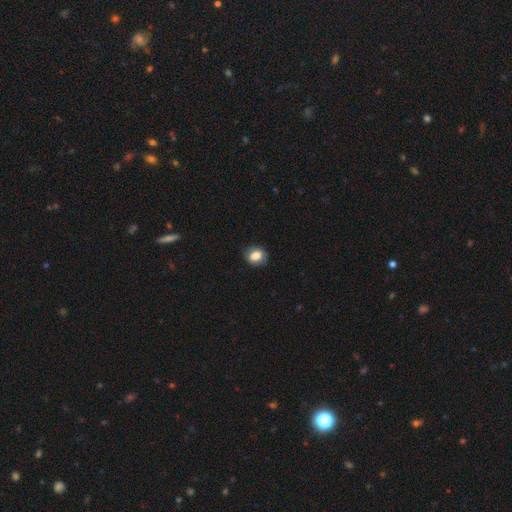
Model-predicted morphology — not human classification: Q: Smooth or featured?
A: smooth (81%); runner-up: featured or disk (11%)
Q: How rounded?
A: round (50%); runner-up: in between (49%)
Q: Merging?
A: none (84%); runner-up: minor disturbance (12%)